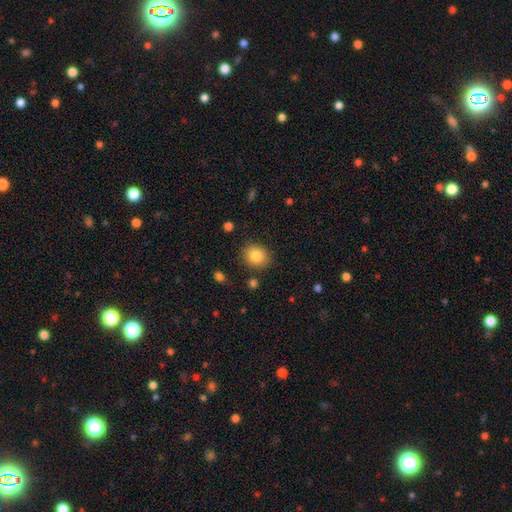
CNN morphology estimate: A smooth galaxy with no disk features (84%) that is round (64%).

Vote fractions:
- Smooth or featured? smooth: 84% / star or artifact: 9% / featured or disk: 7%
- How rounded? round: 64% / in between: 35% / cigar-shaped: 1%
- Merging? none: 86% / minor disturbance: 9% / major disturbance: 3% / merger: 2%